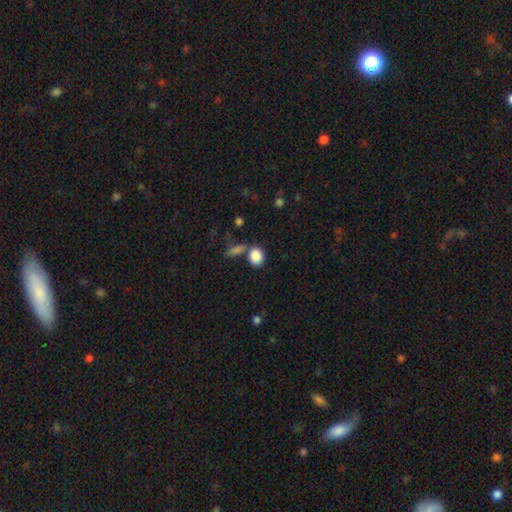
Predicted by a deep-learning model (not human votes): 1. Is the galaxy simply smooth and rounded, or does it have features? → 87% smooth, 9% star or artifact, 5% featured or disk.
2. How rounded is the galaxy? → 51% round, 47% in between, 2% cigar-shaped.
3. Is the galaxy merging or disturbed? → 60% none, 23% merger, 12% minor disturbance, 5% major disturbance.